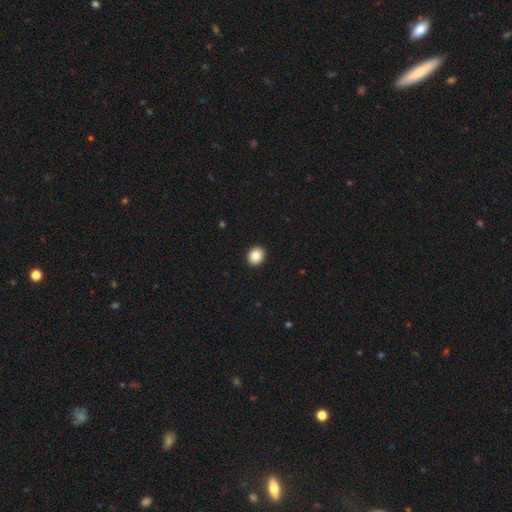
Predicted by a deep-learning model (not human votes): A smooth galaxy with no disk features (86%) that is round (69%). Merging: none (93%).